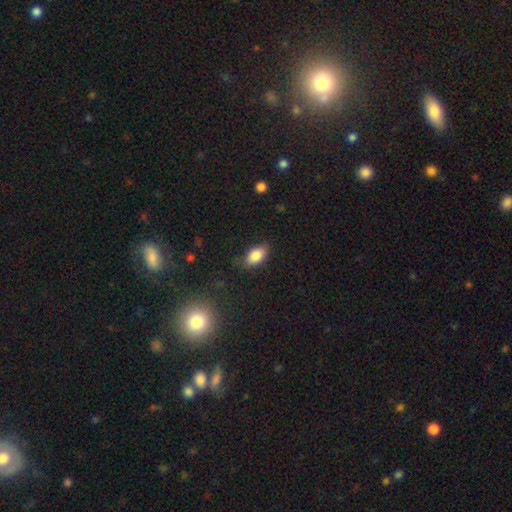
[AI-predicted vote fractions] smooth-or-featured: smooth: 84% | featured or disk: 8% | star or artifact: 8%
  how-rounded: in between: 90% | round: 6% | cigar-shaped: 4%
  merging: none: 76% | minor disturbance: 19% | major disturbance: 4% | merger: 1%